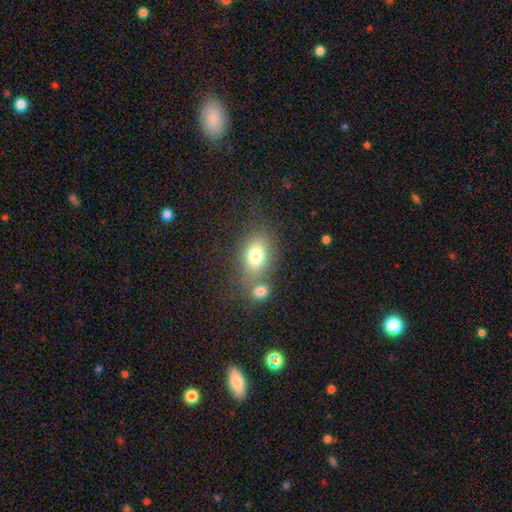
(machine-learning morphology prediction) This appears to be a smooth galaxy with no disk features (76%) that is in between round and cigar-shaped (75%). Merging: none (54%).